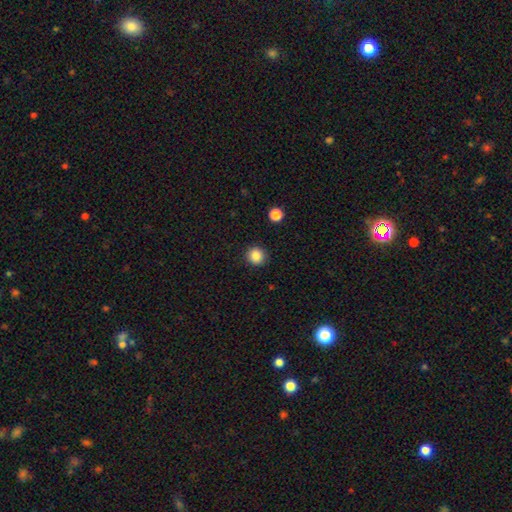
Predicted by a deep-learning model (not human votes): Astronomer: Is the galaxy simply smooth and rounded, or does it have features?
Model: smooth — 86%.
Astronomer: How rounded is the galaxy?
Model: round — 93%.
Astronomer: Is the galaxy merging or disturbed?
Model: none — 91%.